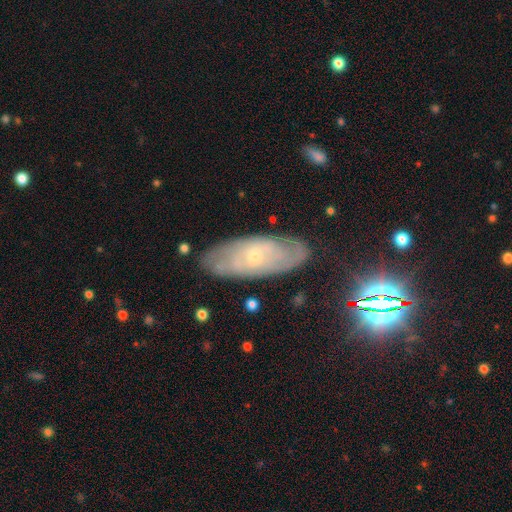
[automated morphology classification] Smooth or featured? Predicted: featured or disk (p=0.67). Edge-on disk? Predicted: no (p=0.87). Bar? Predicted: no (p=0.65). Spiral arms? Predicted: yes (p=0.80). Bulge size? Predicted: small (p=0.76). Merging? Predicted: none (p=0.78).